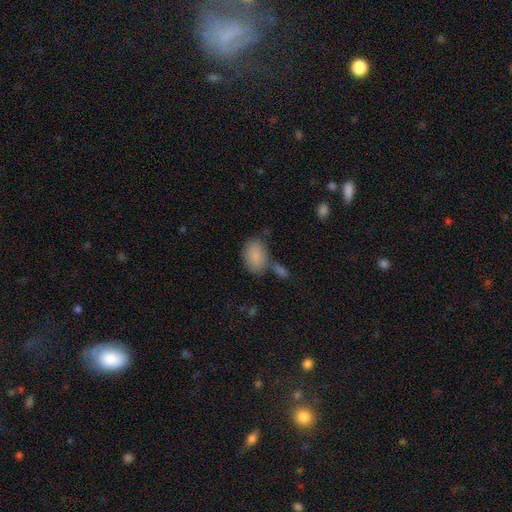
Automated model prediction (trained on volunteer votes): Q: Smooth or featured?
A: smooth (85%); runner-up: featured or disk (8%)
Q: How rounded?
A: in between (84%); runner-up: round (15%)
Q: Merging?
A: none (56%); runner-up: merger (20%)